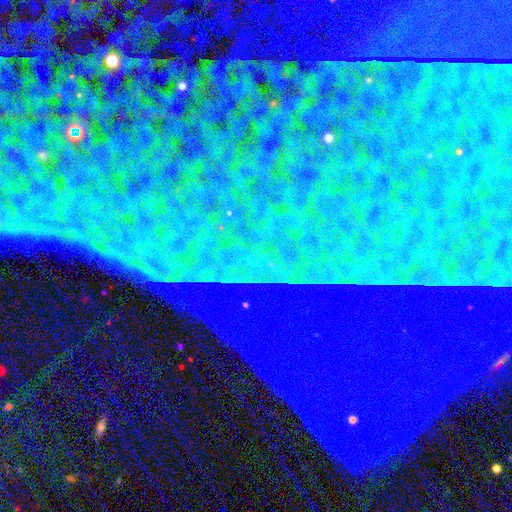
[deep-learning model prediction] A star or artifact, not a galaxy (88%).

Vote fractions:
- Smooth or featured? star or artifact: 88% / featured or disk: 6% / smooth: 6%